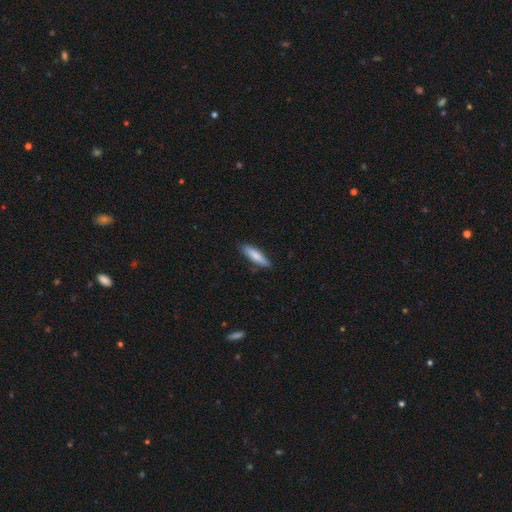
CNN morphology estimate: This is likely a smooth galaxy (77%). How rounded: likely cigar-shaped (74%). Merging: clearly none (85%).